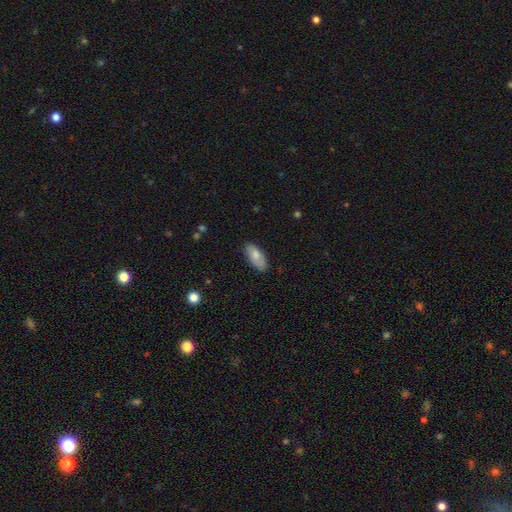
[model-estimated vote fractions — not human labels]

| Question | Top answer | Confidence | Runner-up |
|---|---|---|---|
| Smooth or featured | smooth | 81% | featured or disk (13%) |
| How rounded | in between | 88% | cigar-shaped (10%) |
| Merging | none | 82% | minor disturbance (14%) |